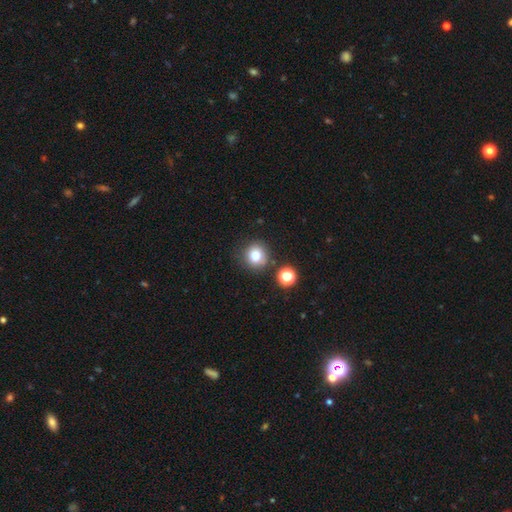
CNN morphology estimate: This appears to be a smooth galaxy with no disk features (79%) that is round (90%). Merging: none (80%).